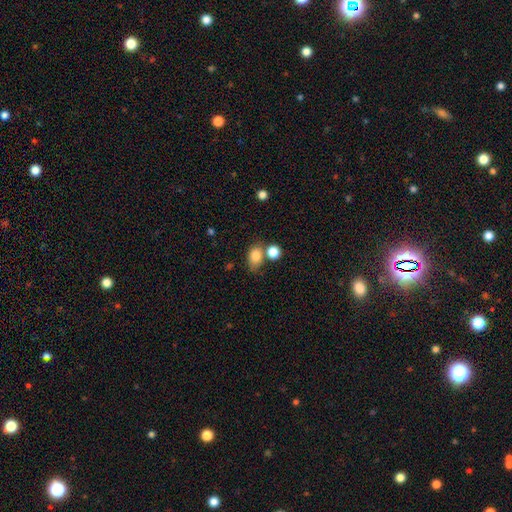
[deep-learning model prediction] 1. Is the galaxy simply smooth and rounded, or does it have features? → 83% smooth, 10% star or artifact, 7% featured or disk.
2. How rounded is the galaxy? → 71% in between, 27% round, 1% cigar-shaped.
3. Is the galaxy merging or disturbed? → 53% none, 25% merger, 16% minor disturbance, 6% major disturbance.